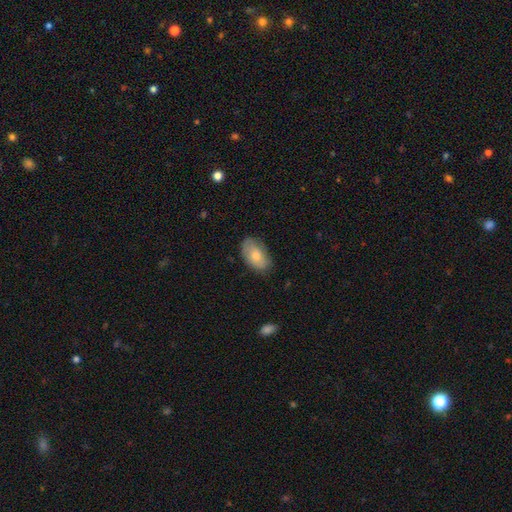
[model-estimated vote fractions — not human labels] Smooth or featured? Predicted: smooth (p=0.68). How rounded? Predicted: in between (p=0.93). Merging? Predicted: none (p=0.79).